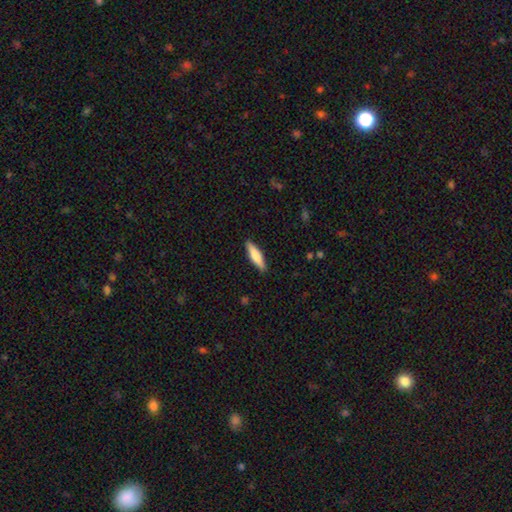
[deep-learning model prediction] A smooth galaxy with no disk features (74%) that is cigar-shaped (70%). Merging: none (89%).